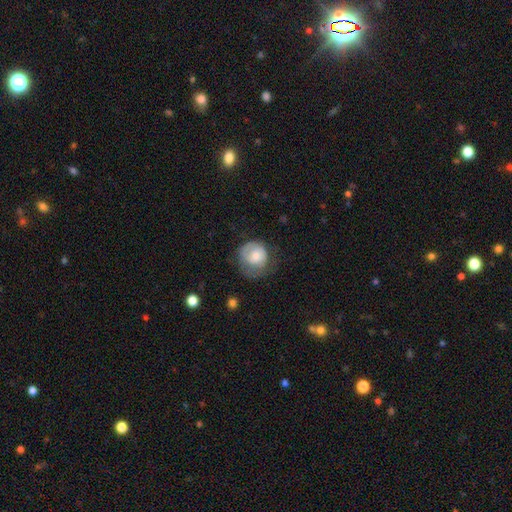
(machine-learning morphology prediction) A smooth galaxy with no disk features (66%) that is round (81%). Merging: none (44%).